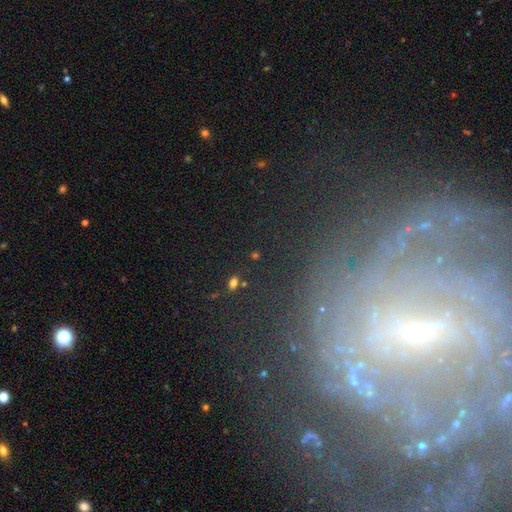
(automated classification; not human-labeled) Smooth or featured? Predicted: star or artifact (p=0.48).